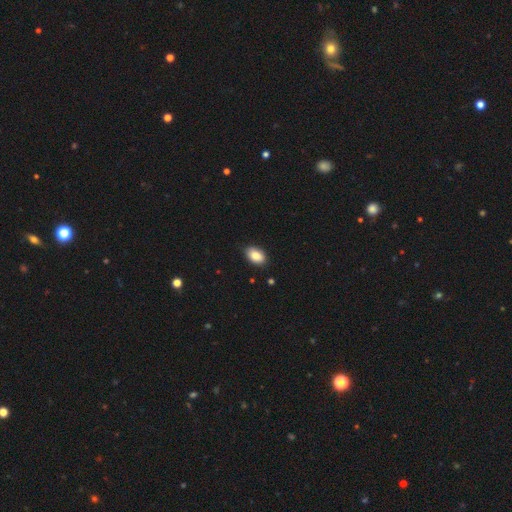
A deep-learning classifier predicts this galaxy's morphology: smooth 86%, star or artifact 8%, featured or disk 6%. Down the decision tree: how rounded — in between (89%); merging — none (84%).